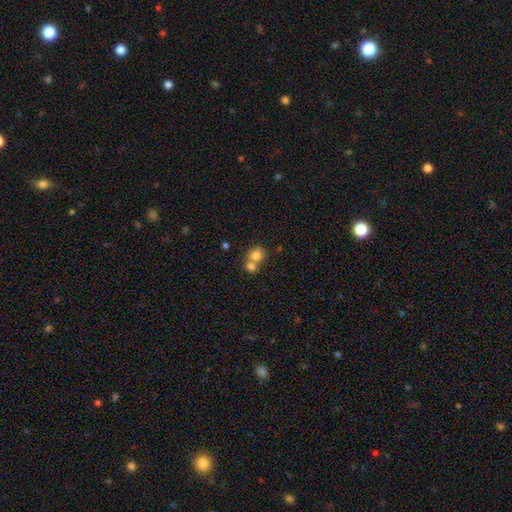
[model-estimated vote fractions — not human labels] This appears to be a smooth galaxy with no disk features (76%) that is round (73%). Merging: merger (59%).